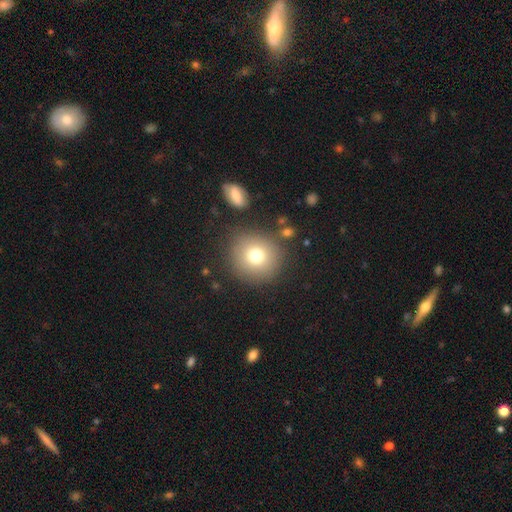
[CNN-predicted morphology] type=smooth (75%); roundness=round (91%); merging=none (83%).